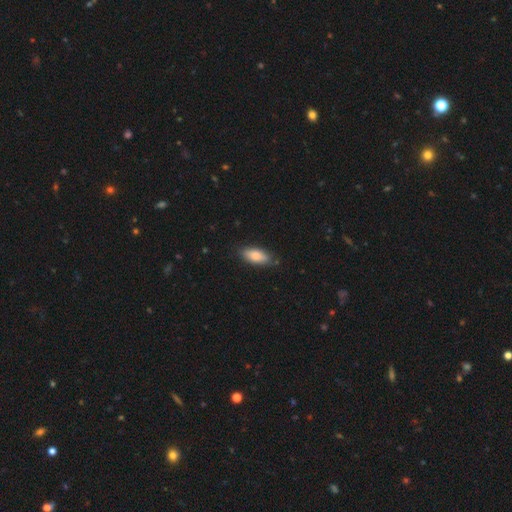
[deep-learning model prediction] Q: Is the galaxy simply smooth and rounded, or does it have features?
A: smooth — 83%.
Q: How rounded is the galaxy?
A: in between — 81%.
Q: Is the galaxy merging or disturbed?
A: none — 81%.